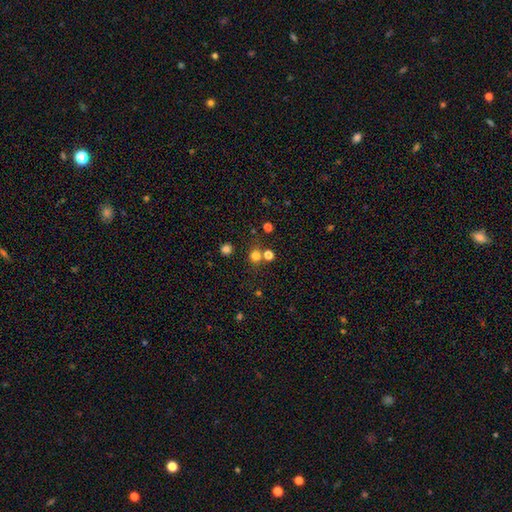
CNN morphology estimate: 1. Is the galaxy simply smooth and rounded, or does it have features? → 74% smooth, 20% star or artifact, 7% featured or disk.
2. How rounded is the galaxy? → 86% round, 13% in between, 1% cigar-shaped.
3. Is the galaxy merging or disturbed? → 66% none, 22% merger, 8% minor disturbance, 4% major disturbance.